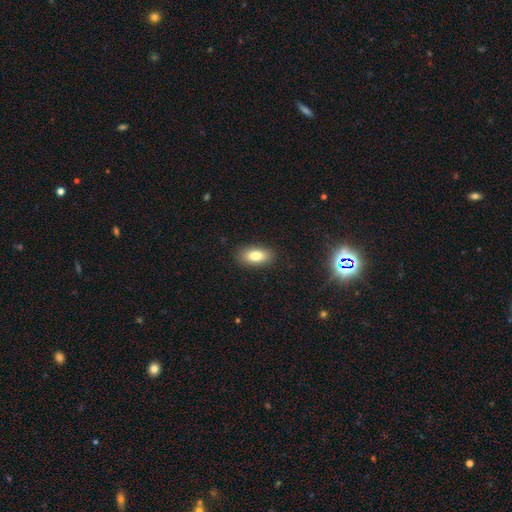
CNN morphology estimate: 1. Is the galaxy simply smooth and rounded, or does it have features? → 81% smooth, 11% featured or disk, 8% star or artifact.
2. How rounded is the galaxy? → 90% in between, 6% cigar-shaped, 4% round.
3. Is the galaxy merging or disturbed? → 88% none, 9% minor disturbance, 2% major disturbance, 1% merger.